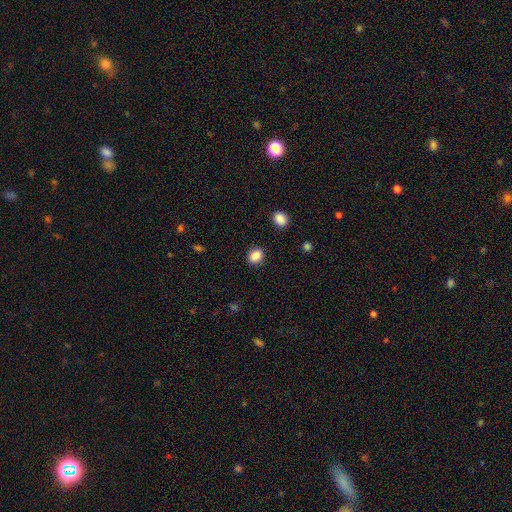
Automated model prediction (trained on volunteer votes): Overall: smooth (87%). How rounded: in between (56%; round 43%). Merging: none (87%).